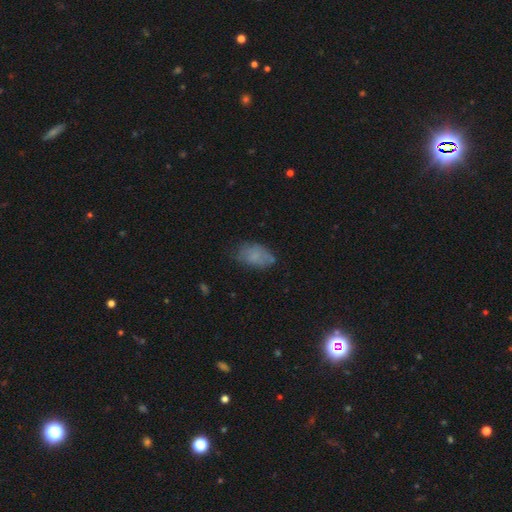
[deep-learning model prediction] smooth-or-featured: smooth: 71% | featured or disk: 18% | star or artifact: 11%
  how-rounded: in between: 91% | round: 6% | cigar-shaped: 2%
  merging: none: 60% | minor disturbance: 27% | major disturbance: 10% | merger: 3%